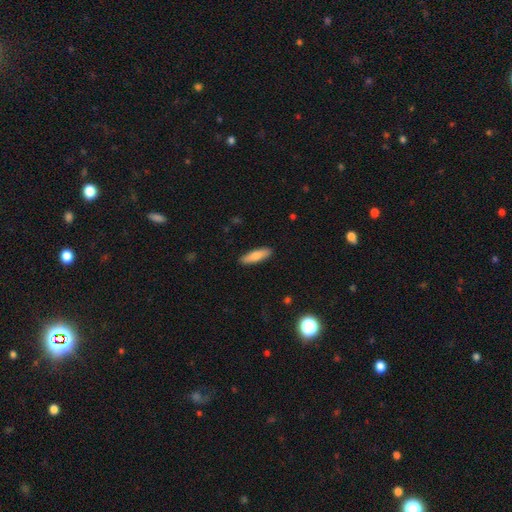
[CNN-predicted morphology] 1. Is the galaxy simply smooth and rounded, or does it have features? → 80% smooth, 14% featured or disk, 6% star or artifact.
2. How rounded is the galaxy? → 60% cigar-shaped, 38% in between, 2% round.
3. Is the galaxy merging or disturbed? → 89% none, 8% minor disturbance, 2% major disturbance, 1% merger.